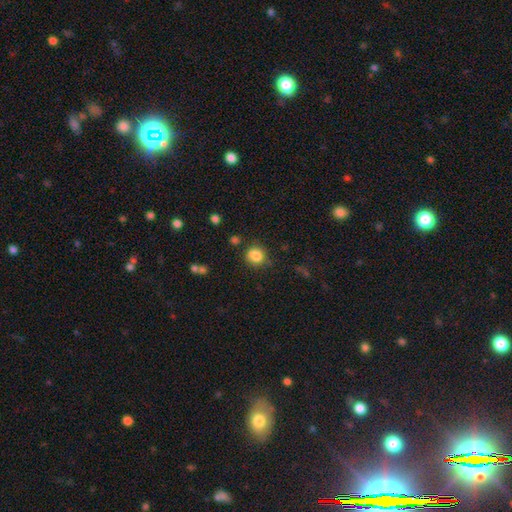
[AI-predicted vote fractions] The model was most divided on "merging": none: 76%, minor disturbance: 16%, major disturbance: 5%, merger: 4%. More confident: smooth or featured — smooth (85%); how rounded — round (83%).